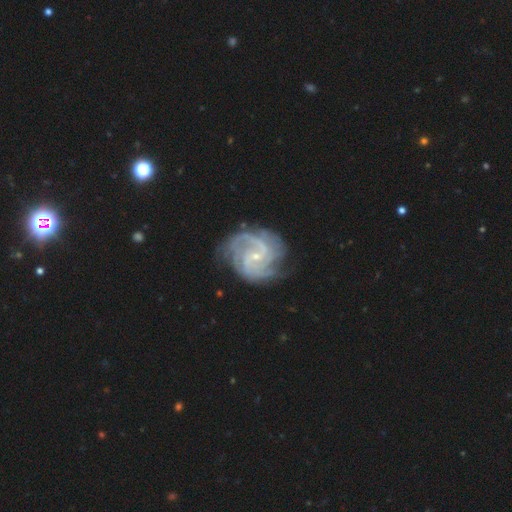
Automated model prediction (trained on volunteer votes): This is clearly a featured or disk galaxy (91%). It is clearly not viewed edge-on (98%). Bar: possibly weak (46%). Spiral arm pattern: clearly yes (98%). Spiral arm count: marginally 2 (39%). Spiral winding: possibly tight (49%). Central bulge: clearly small (81%). Merging: likely none (73%).